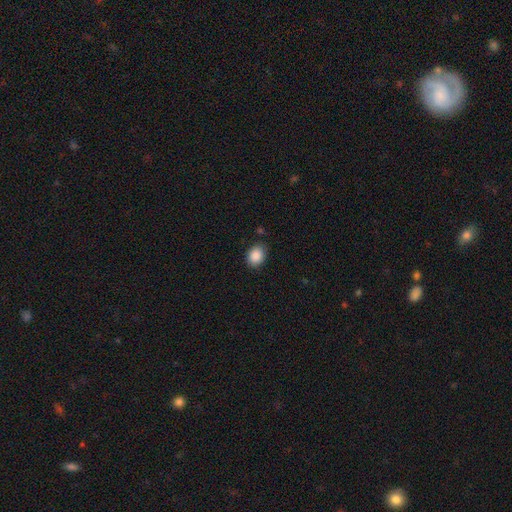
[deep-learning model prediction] This appears to be a smooth galaxy with no disk features (89%) that is in between round and cigar-shaped (63%). Merging: none (82%).